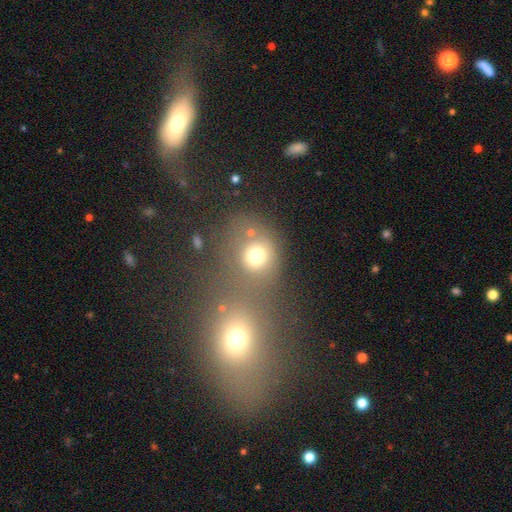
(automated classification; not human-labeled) Q: Smooth or featured?
A: smooth (70%); runner-up: star or artifact (16%)
Q: How rounded?
A: round (75%); runner-up: in between (24%)
Q: Merging?
A: none (48%); runner-up: merger (30%)